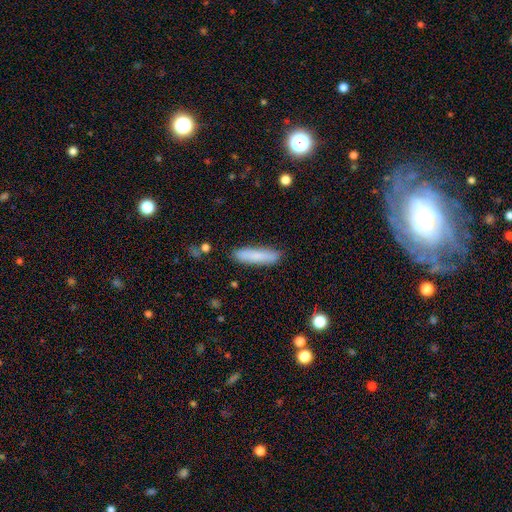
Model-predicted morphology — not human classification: Smooth or featured? smooth (84%)
How rounded? cigar-shaped (78%)
Merging? none (88%)